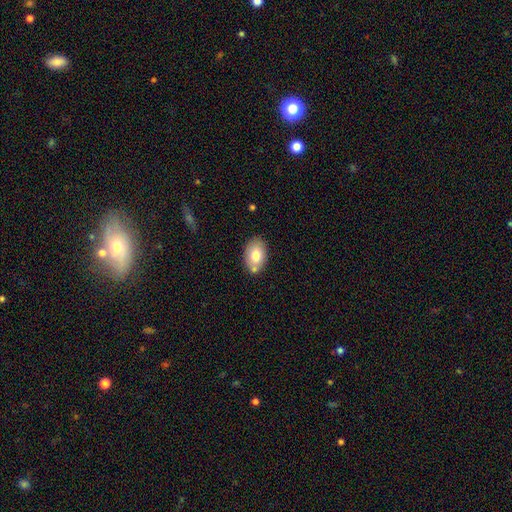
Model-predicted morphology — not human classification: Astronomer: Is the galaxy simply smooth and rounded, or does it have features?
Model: smooth — 75%.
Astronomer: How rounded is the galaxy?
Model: in between — 87%.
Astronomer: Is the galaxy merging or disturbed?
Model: none — 74%.